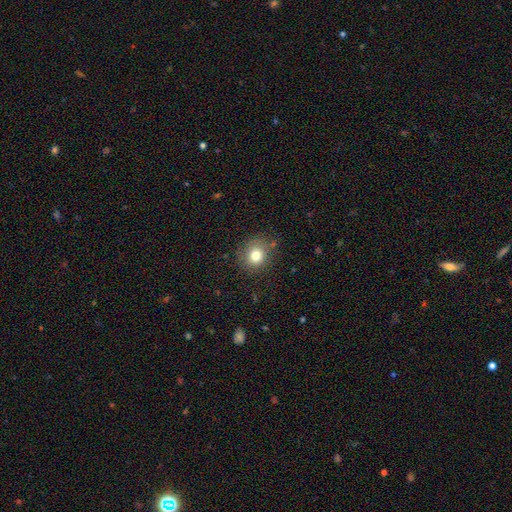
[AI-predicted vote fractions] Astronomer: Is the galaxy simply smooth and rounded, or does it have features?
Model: smooth — 79%.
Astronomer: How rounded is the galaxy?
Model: round — 78%.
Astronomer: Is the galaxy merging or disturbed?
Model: none — 81%.